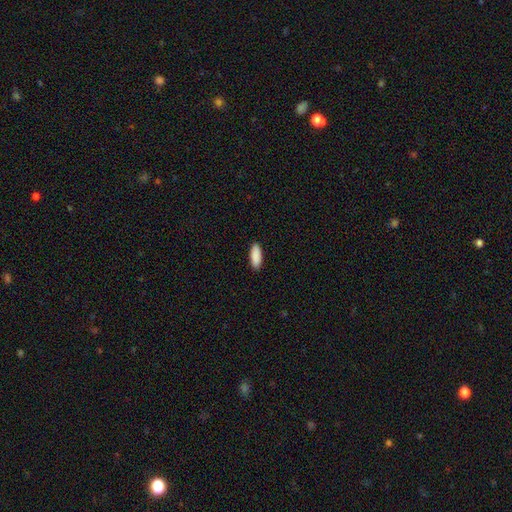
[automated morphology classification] This is clearly a smooth galaxy (91%). How rounded: likely in between (70%). Merging: clearly none (90%).